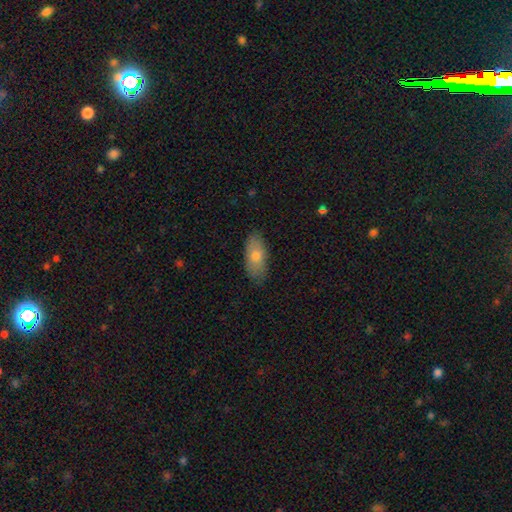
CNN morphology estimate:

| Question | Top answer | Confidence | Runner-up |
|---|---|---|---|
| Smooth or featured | smooth | 72% | featured or disk (21%) |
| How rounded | in between | 86% | cigar-shaped (11%) |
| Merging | none | 83% | minor disturbance (13%) |